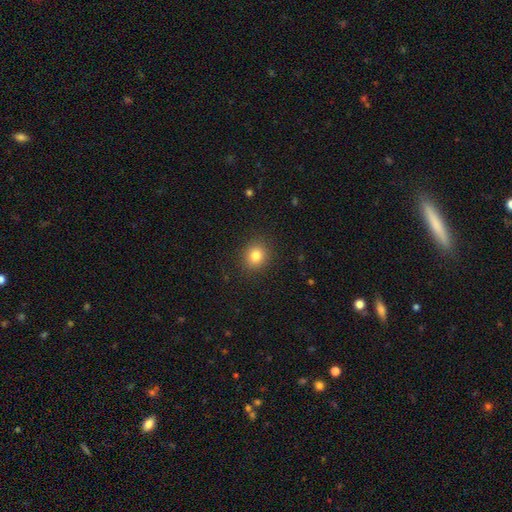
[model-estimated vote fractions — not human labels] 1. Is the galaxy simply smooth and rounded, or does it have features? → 82% smooth, 12% star or artifact, 7% featured or disk.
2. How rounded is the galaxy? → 81% round, 18% in between, 1% cigar-shaped.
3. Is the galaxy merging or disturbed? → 90% none, 7% minor disturbance, 2% major disturbance, 1% merger.